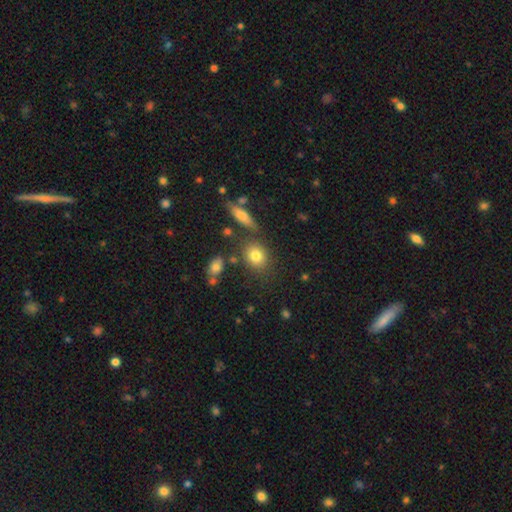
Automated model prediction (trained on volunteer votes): Overall: smooth (79%). How rounded: round (56%; in between 42%). Merging: none (74%).